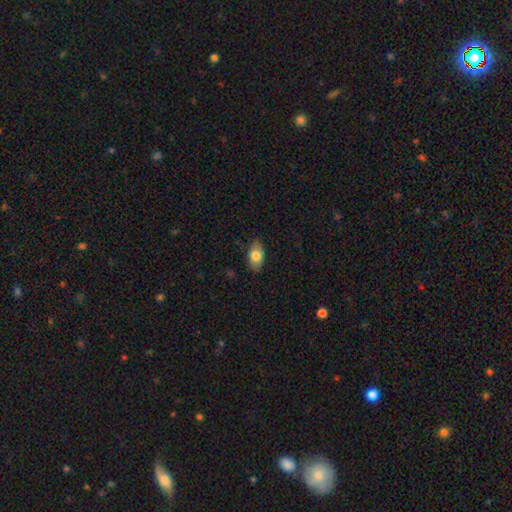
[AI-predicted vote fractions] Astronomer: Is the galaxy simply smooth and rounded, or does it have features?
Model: smooth — 80%.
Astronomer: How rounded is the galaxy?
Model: in between — 92%.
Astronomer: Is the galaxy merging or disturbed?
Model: none — 84%.